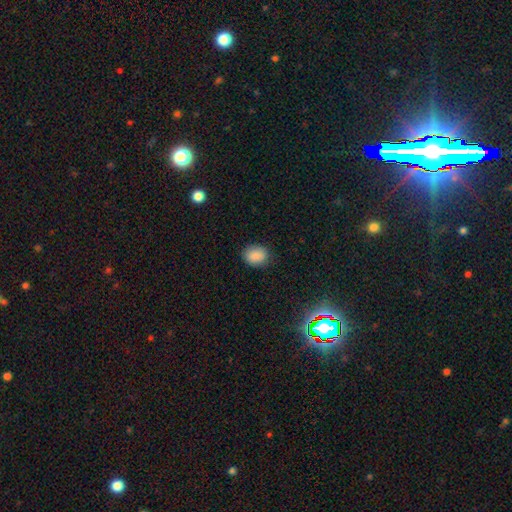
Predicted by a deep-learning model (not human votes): smooth 88%, star or artifact 9%, featured or disk 4%. Down the decision tree: how rounded — round (53%); merging — none (84%).